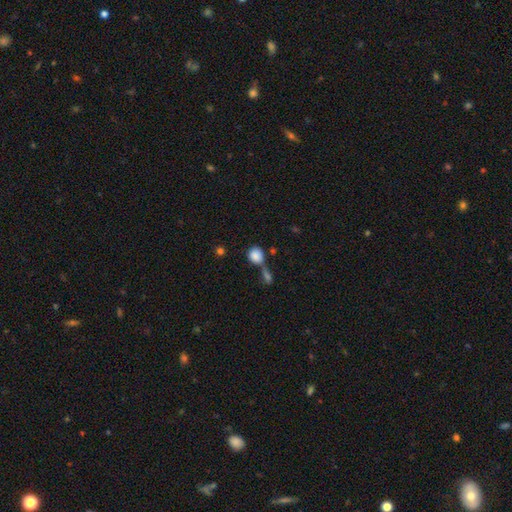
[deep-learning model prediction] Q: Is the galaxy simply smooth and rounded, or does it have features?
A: smooth — 85%.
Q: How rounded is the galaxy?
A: round — 83%.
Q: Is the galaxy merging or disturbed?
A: none — 45%.